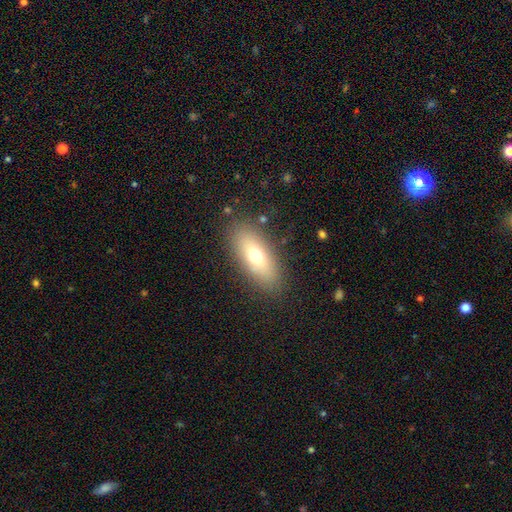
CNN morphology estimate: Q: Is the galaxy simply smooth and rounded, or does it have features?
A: smooth — 67%.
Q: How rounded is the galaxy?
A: in between — 77%.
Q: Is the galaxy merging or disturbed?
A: none — 85%.